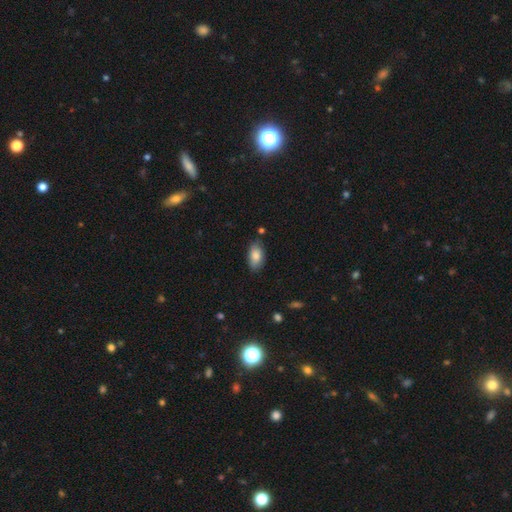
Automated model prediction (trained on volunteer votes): A smooth galaxy with no disk features (83%) that is in between round and cigar-shaped (93%).

Vote fractions:
- Smooth or featured? smooth: 83% / featured or disk: 10% / star or artifact: 7%
- How rounded? in between: 93% / round: 4% / cigar-shaped: 3%
- Merging? none: 79% / minor disturbance: 16% / major disturbance: 3% / merger: 2%